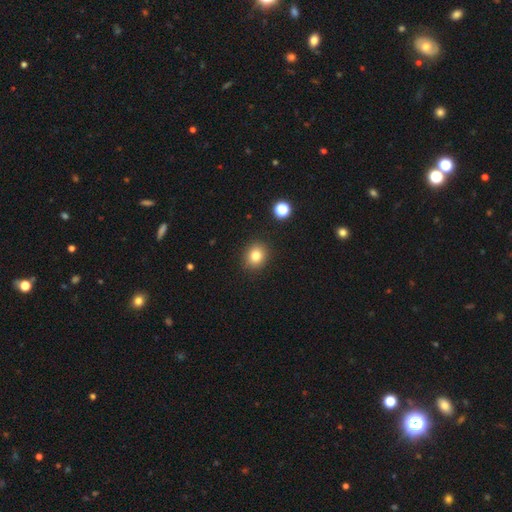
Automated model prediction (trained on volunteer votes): smooth 80%, star or artifact 12%, featured or disk 7%. Down the decision tree: how rounded — round (73%); merging — none (90%).